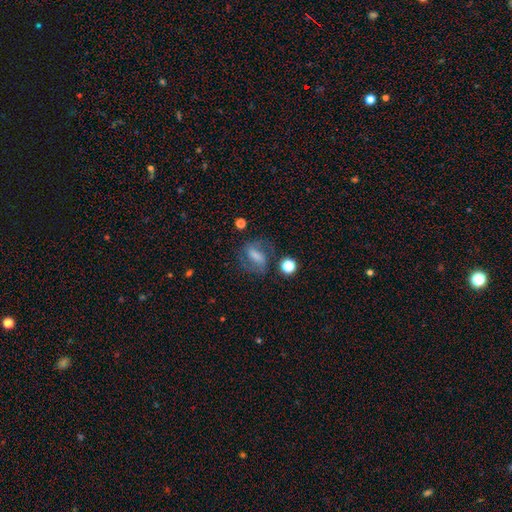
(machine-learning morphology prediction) Overall: featured or disk (50%; smooth 38%). Merging: none (61%).